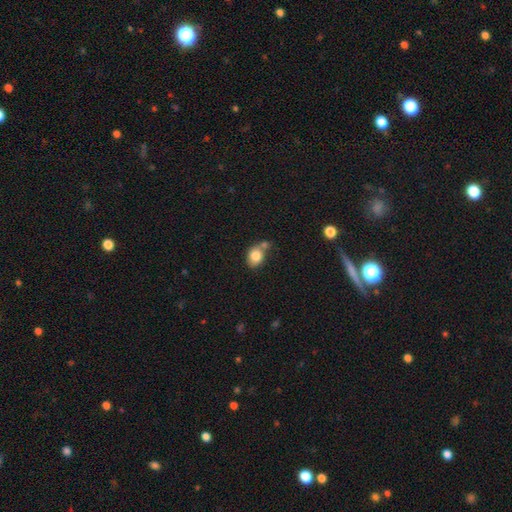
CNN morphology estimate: This appears to be a smooth galaxy with no disk features (81%) that is in between round and cigar-shaped (52%). Merging: none (47%).